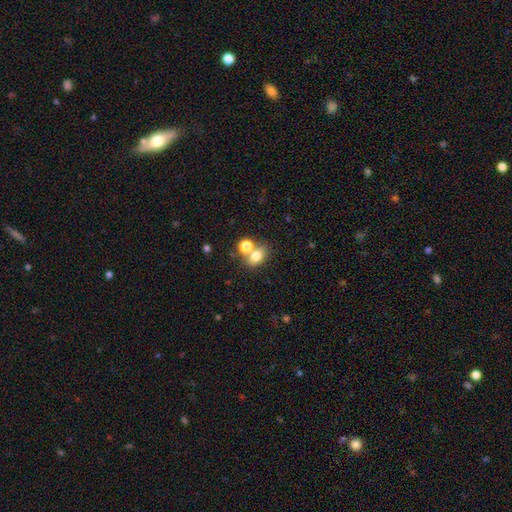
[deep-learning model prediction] smooth_or_featured: smooth (p=0.75) [alt: star or artifact p=0.13]
how_rounded: in between (p=0.67) [alt: round p=0.32]
merging: none (p=0.51) [alt: merger p=0.34]